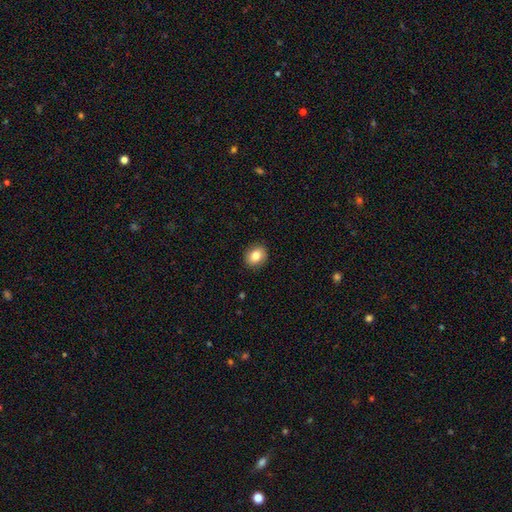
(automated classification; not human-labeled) smooth 83%, star or artifact 9%, featured or disk 8%. Down the decision tree: how rounded — round (53%); merging — none (90%).